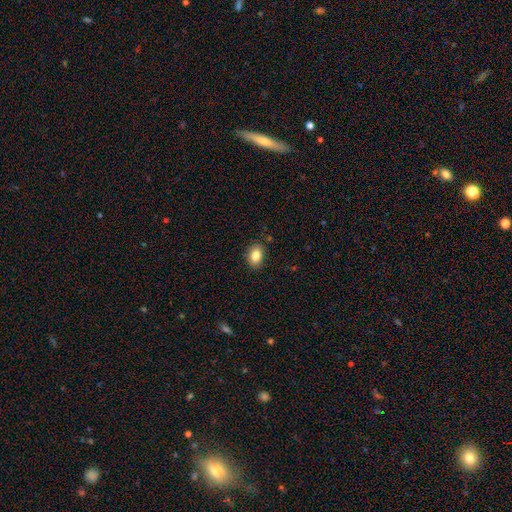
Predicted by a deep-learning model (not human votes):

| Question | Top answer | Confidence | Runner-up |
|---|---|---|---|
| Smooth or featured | smooth | 84% | star or artifact (9%) |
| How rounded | in between | 77% | round (22%) |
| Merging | none | 86% | minor disturbance (10%) |